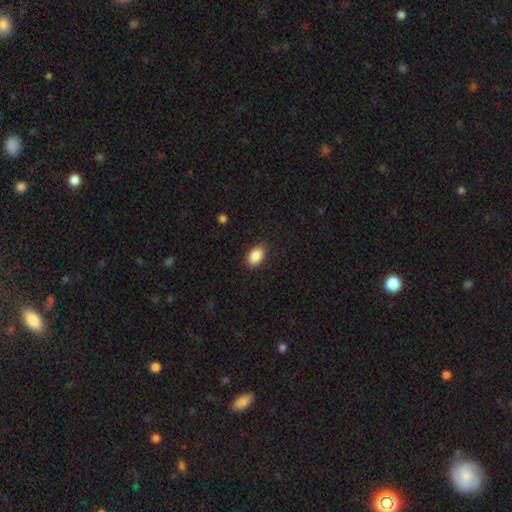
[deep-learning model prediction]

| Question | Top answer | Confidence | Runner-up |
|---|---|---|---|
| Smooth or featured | smooth | 88% | star or artifact (7%) |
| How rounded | in between | 88% | round (11%) |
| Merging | none | 87% | minor disturbance (10%) |